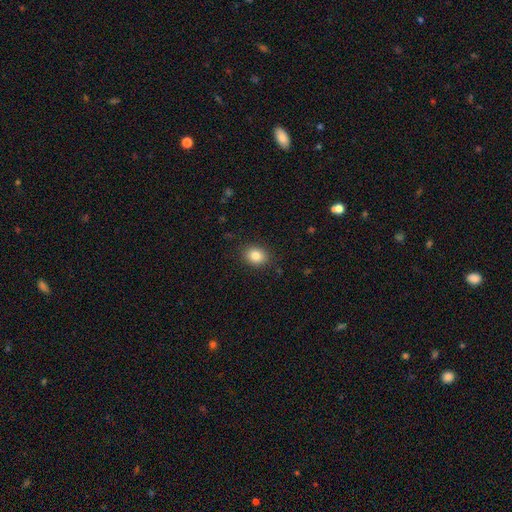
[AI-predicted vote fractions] A smooth galaxy with no disk features (84%) that is round (53%). Merging: none (88%).